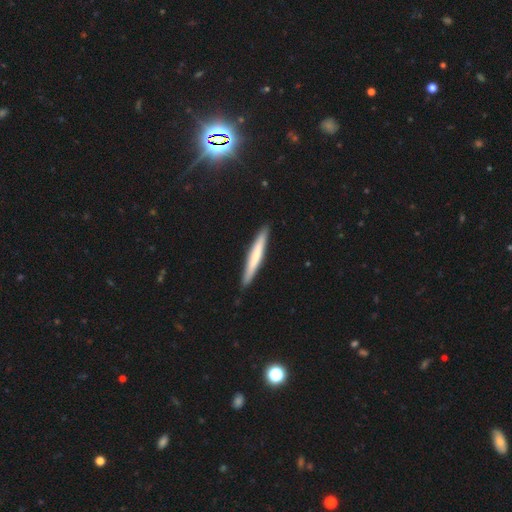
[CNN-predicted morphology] Smooth or featured: smooth — 61% (featured or disk — 34%)
How rounded: cigar-shaped — 96% (in between — 3%)
Merging: none — 91% (minor disturbance — 7%)